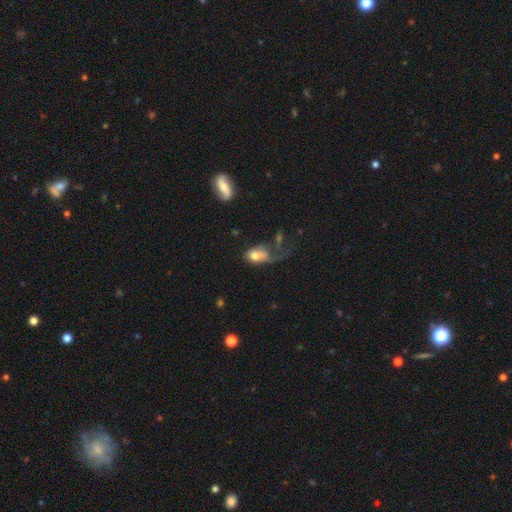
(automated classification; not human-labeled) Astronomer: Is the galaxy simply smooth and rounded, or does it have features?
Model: smooth — 67%.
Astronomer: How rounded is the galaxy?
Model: in between — 81%.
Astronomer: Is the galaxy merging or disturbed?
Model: major disturbance — 52%.